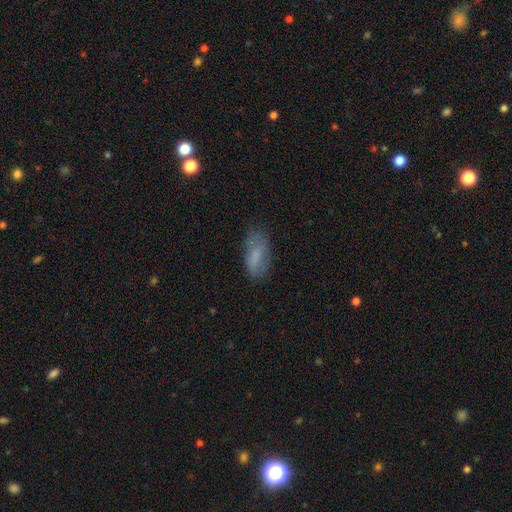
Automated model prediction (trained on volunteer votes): smooth 73%, featured or disk 19%, star or artifact 9%. Down the decision tree: how rounded — in between (83%); merging — none (65%).